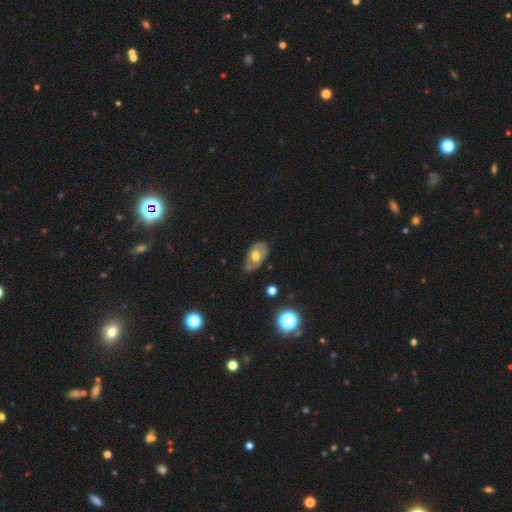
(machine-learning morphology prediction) This is possibly a smooth galaxy (49%). Merging: possibly none (52%).